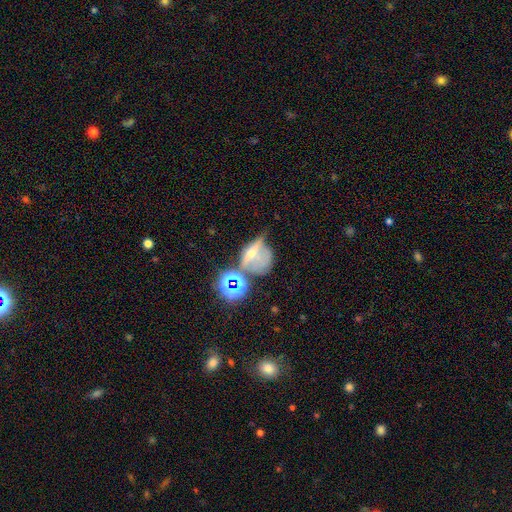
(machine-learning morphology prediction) Smooth or featured? featured or disk (37%)
Merging? none (29%)